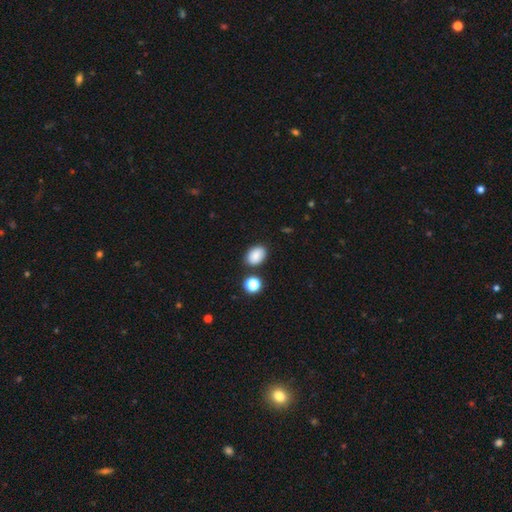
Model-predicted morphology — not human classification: This appears to be a smooth galaxy with no disk features (84%) that is in between round and cigar-shaped (77%). Merging: none (81%).